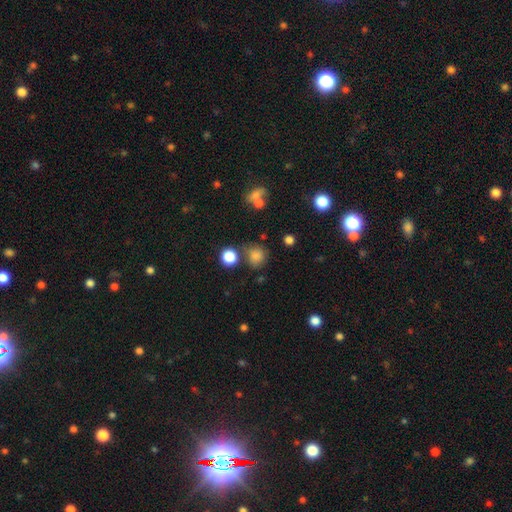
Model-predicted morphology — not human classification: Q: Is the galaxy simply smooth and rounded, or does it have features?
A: smooth — 80%.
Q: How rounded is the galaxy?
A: round — 82%.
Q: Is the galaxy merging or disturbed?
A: none — 67%.